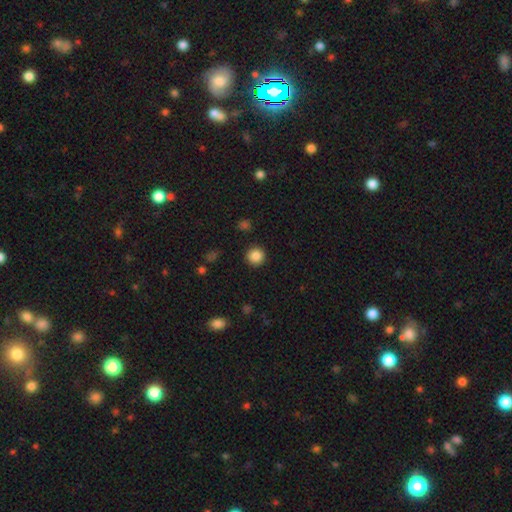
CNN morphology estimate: The model was most divided on "smooth or featured": smooth: 86%, star or artifact: 10%, featured or disk: 4%. More confident: how rounded — round (95%); merging — none (92%).